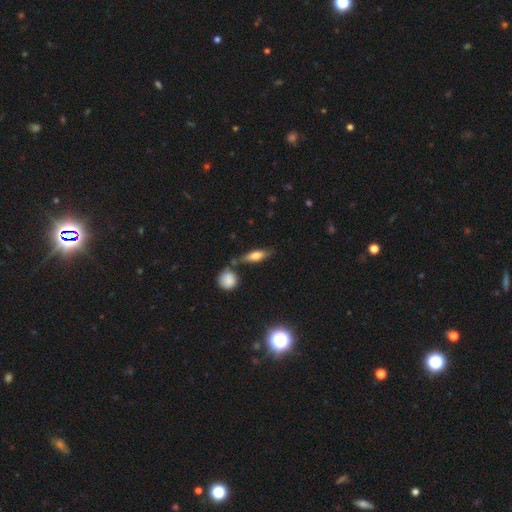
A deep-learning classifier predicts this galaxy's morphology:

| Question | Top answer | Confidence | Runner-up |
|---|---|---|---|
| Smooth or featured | smooth | 58% | featured or disk (34%) |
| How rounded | in between | 51% | cigar-shaped (44%) |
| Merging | none | 68% | minor disturbance (17%) |